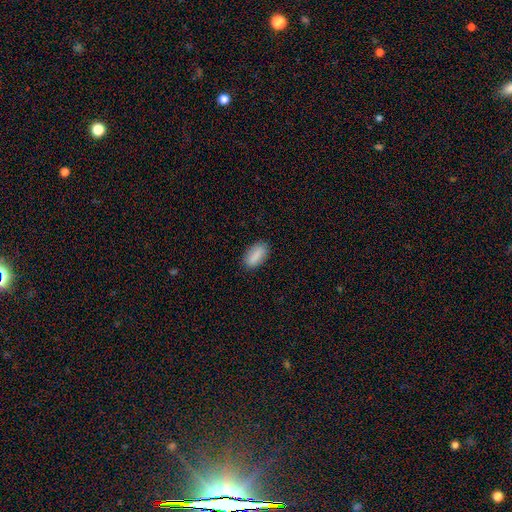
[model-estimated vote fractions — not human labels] Morphology: type=smooth (87%); roundness=in between (91%); merging=none (84%).